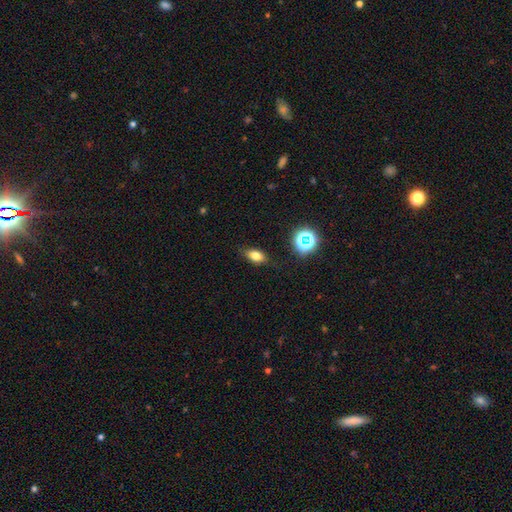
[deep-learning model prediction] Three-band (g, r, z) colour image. It shows a smooth galaxy with no disk features (75%) that is in between round and cigar-shaped (82%). Merging: none (84%).